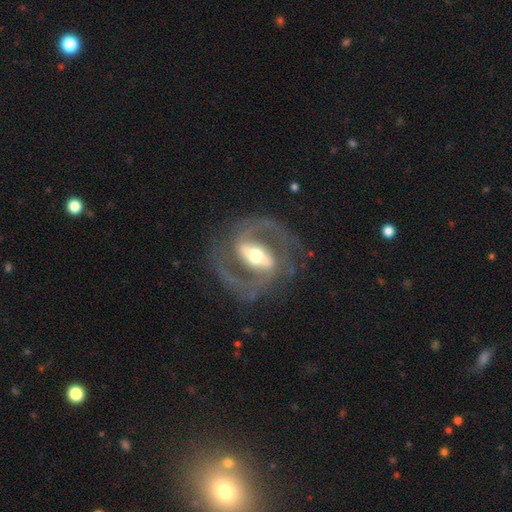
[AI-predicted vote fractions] This appears to be a featured or disk galaxy (89%) with a strong bar (74%), 2 (92%) medium (56%) spiral arms (91%) and a moderate central bulge (64%). Merging: none (77%).